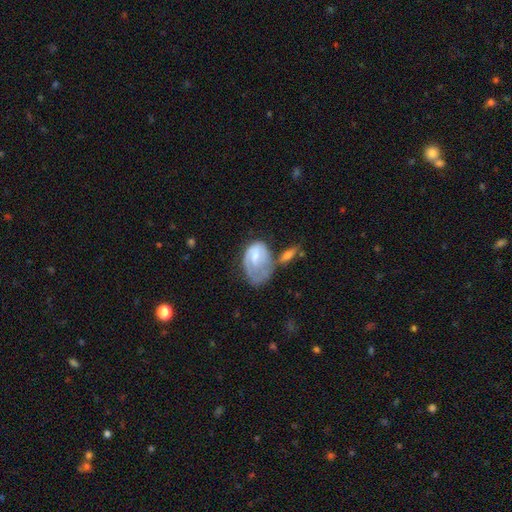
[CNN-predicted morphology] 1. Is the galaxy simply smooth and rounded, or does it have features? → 50% featured or disk, 44% smooth, 6% star or artifact.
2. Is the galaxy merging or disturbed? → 34% major disturbance, 24% minor disturbance, 23% none, 19% merger.